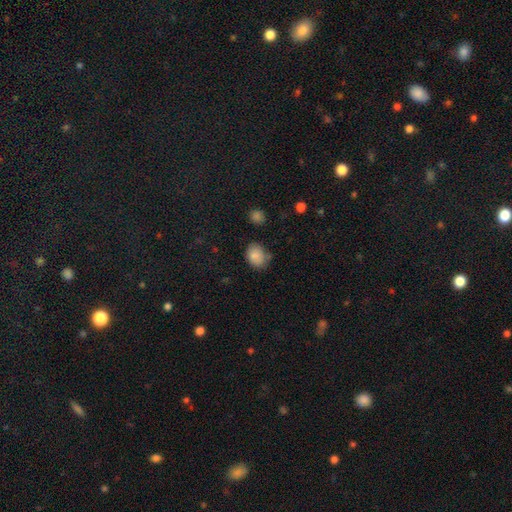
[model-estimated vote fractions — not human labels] This appears to be a smooth galaxy with no disk features (86%) that is in between round and cigar-shaped (60%). Merging: none (63%).